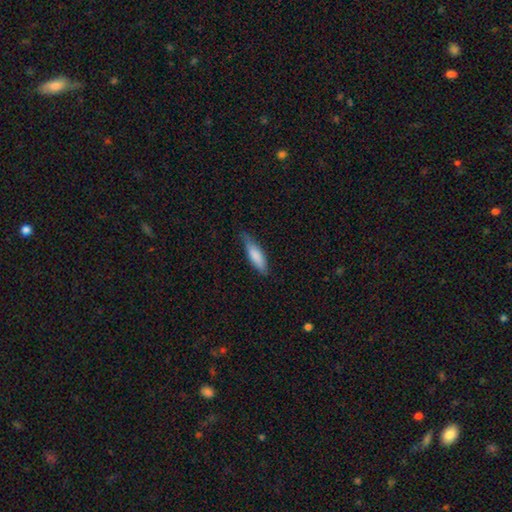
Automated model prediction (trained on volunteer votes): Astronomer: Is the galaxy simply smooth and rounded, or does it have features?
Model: smooth — 81%.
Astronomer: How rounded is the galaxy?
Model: cigar-shaped — 57% (runner-up: in between, 42%).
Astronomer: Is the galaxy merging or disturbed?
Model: none — 70%.